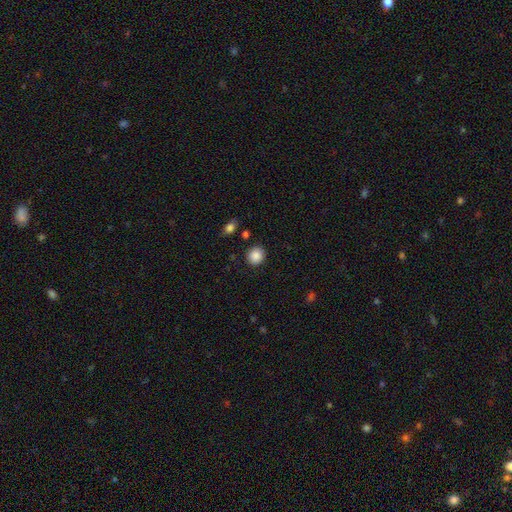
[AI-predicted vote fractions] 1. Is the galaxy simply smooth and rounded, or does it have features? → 88% smooth, 9% star or artifact, 4% featured or disk.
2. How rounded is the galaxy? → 86% round, 13% in between, 1% cigar-shaped.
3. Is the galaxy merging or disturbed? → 88% none, 8% minor disturbance, 2% major disturbance, 2% merger.